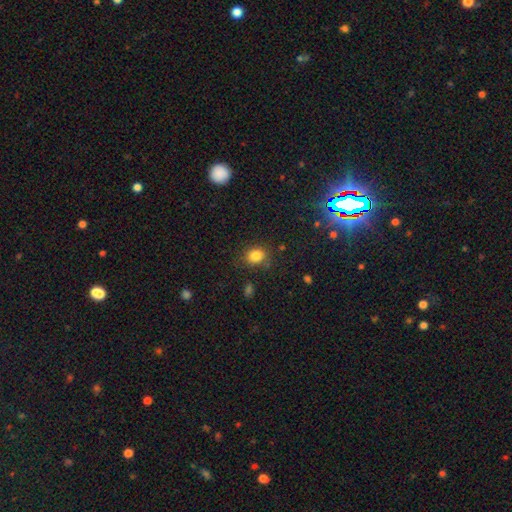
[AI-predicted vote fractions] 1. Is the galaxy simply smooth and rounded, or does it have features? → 83% smooth, 12% star or artifact, 6% featured or disk.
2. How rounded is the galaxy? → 58% round, 41% in between, 1% cigar-shaped.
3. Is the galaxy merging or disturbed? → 80% none, 14% minor disturbance, 4% major disturbance, 2% merger.